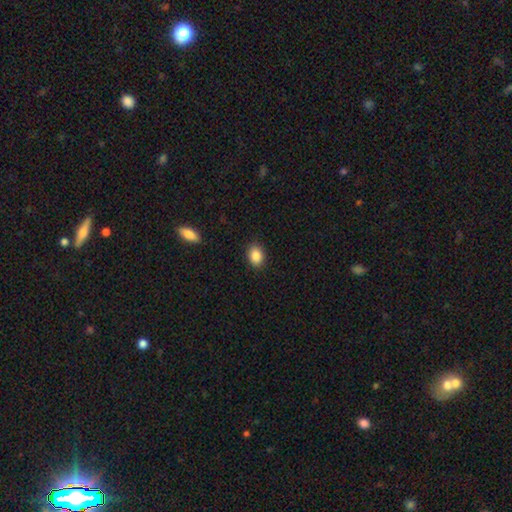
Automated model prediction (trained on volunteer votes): Smooth or featured?
  - smooth: 88% *
  - star or artifact: 8%
  - featured or disk: 4%
How rounded?
  - in between: 67% *
  - round: 32%
  - cigar-shaped: 1%
Merging?
  - none: 89% *
  - minor disturbance: 8%
  - major disturbance: 2%
  - merger: 1%